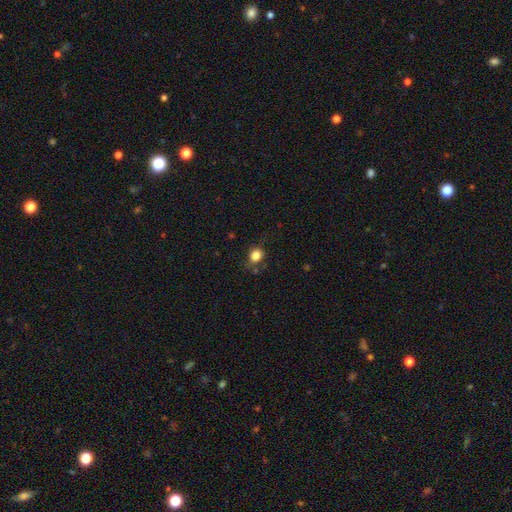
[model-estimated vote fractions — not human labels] Q: Smooth or featured?
A: smooth (83%); runner-up: star or artifact (11%)
Q: How rounded?
A: round (62%); runner-up: in between (37%)
Q: Merging?
A: none (75%); runner-up: minor disturbance (18%)